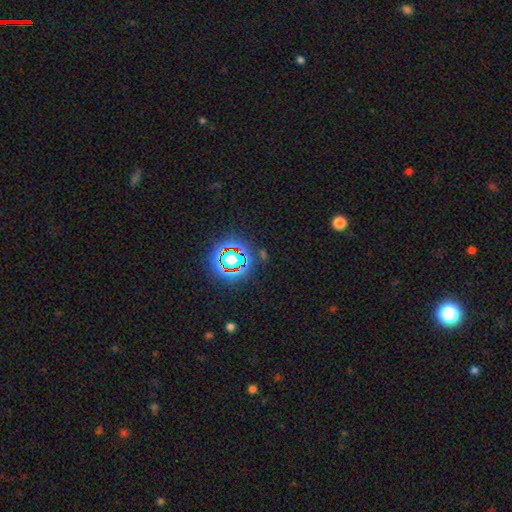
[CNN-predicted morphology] Smooth or featured?
  - star or artifact: 77% *
  - smooth: 14%
  - featured or disk: 8%